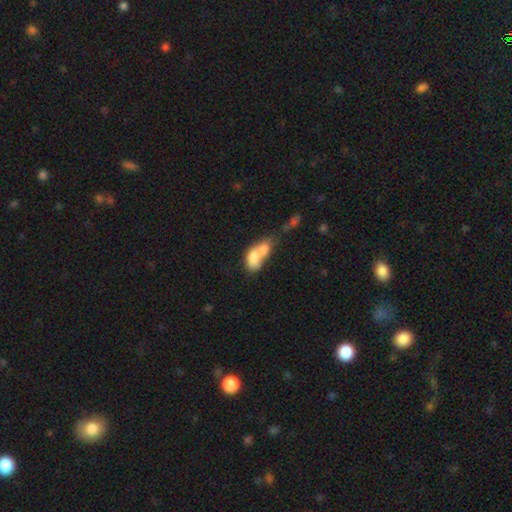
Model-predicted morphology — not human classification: Smooth or featured? smooth (71%)
How rounded? in between (79%)
Merging? merger (75%)